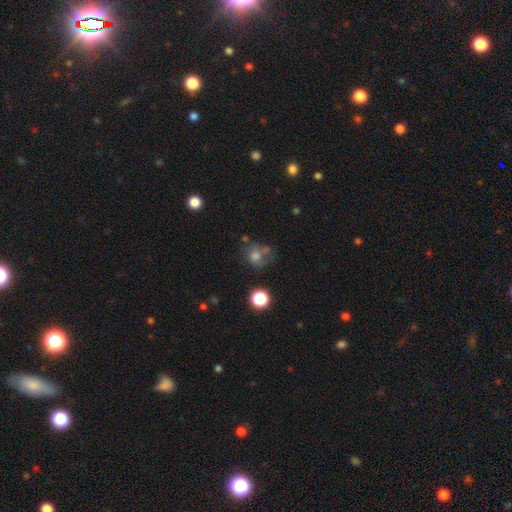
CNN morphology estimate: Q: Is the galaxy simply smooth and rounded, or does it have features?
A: smooth — 66%.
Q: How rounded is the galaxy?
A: round — 75%.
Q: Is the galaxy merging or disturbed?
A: none — 46%.